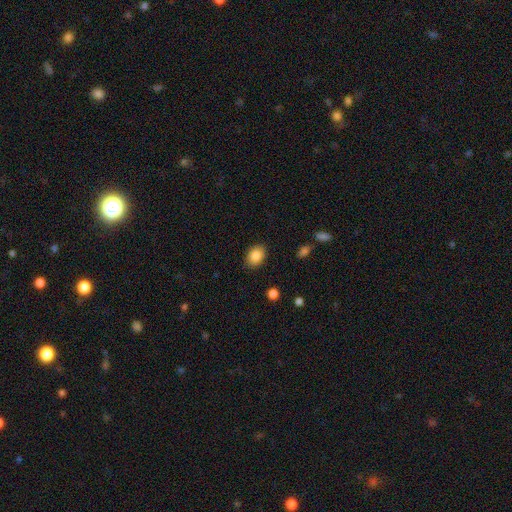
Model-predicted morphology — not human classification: A smooth galaxy with no disk features (88%) that is in between round and cigar-shaped (74%). Merging: none (87%).